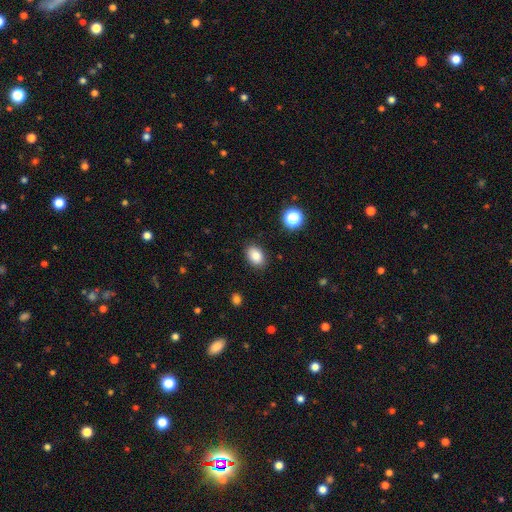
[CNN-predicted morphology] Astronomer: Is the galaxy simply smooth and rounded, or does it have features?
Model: smooth — 85%.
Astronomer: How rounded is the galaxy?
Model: in between — 81%.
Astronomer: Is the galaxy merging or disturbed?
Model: none — 87%.